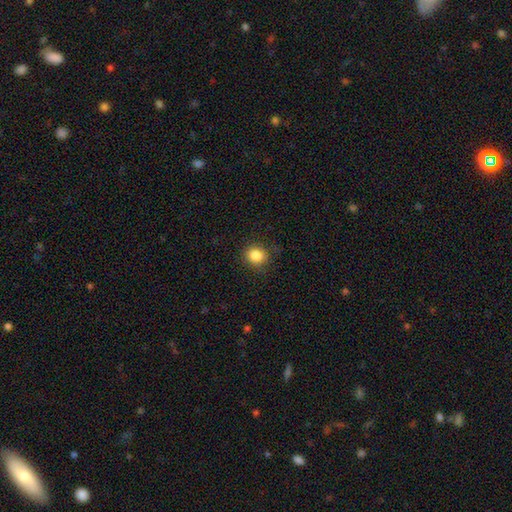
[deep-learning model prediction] smooth_or_featured: smooth (p=0.85) [alt: star or artifact p=0.10]
how_rounded: round (p=0.80) [alt: in between p=0.19]
merging: none (p=0.87) [alt: minor disturbance p=0.09]